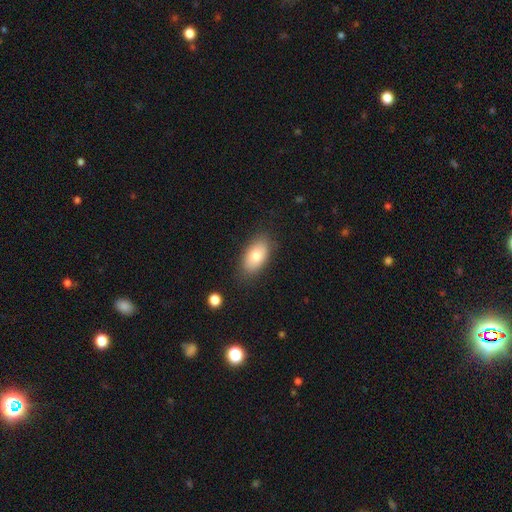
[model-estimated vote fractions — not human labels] Smooth or featured: smooth — 77% (featured or disk — 16%)
How rounded: in between — 92% (round — 5%)
Merging: none — 82% (minor disturbance — 13%)